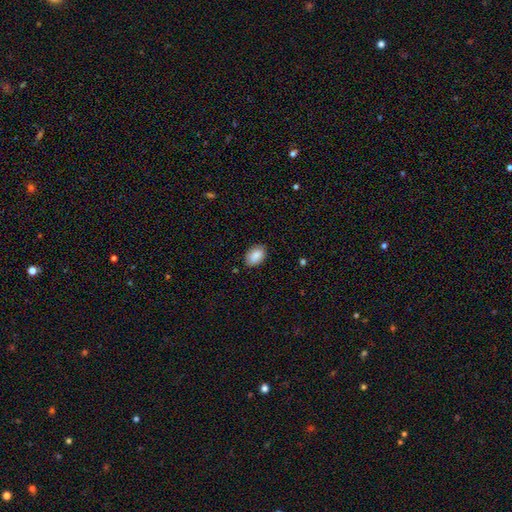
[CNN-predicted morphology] smooth-or-featured: smooth: 89% | star or artifact: 7% | featured or disk: 5%
  how-rounded: in between: 89% | round: 10% | cigar-shaped: 1%
  merging: none: 85% | minor disturbance: 12% | major disturbance: 2% | merger: 1%